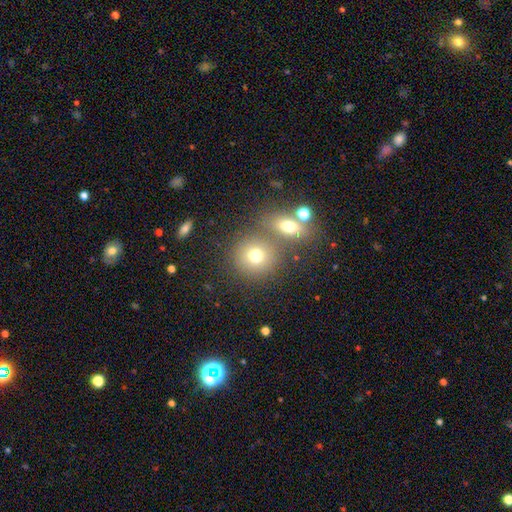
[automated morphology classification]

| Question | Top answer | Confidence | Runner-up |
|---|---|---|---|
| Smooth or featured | smooth | 75% | star or artifact (14%) |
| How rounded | round | 85% | in between (14%) |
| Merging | none | 60% | merger (28%) |